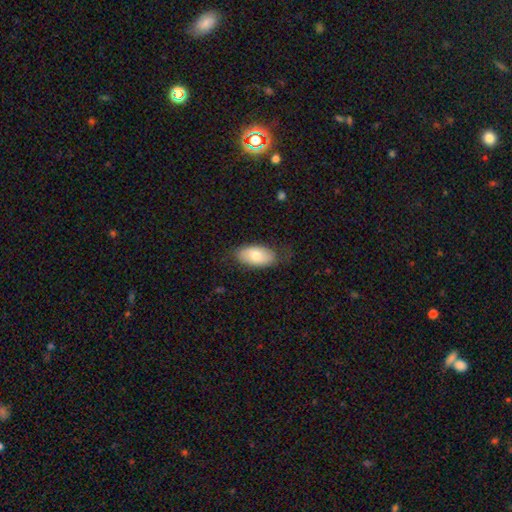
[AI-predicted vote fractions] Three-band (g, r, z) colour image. It shows a smooth galaxy with no disk features (73%) that is in between round and cigar-shaped (94%). Merging: none (72%).